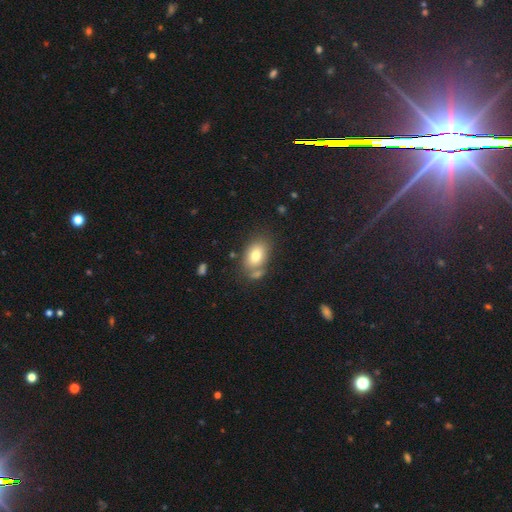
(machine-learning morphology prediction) The model was most divided on "merging": none: 60%, merger: 19%, minor disturbance: 16%, major disturbance: 5%. More confident: how rounded — in between (83%); smooth or featured — smooth (76%).